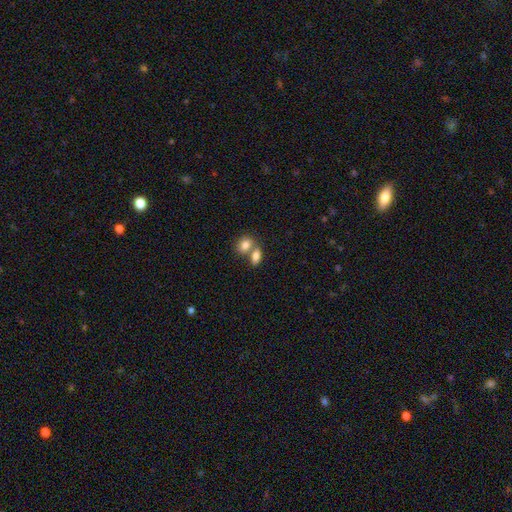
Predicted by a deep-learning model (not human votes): A smooth galaxy with no disk features (82%) that is in between round and cigar-shaped (82%).

Vote fractions:
- Smooth or featured? smooth: 82% / featured or disk: 10% / star or artifact: 8%
- How rounded? in between: 82% / round: 16% / cigar-shaped: 3%
- Merging? merger: 56% / none: 33% / minor disturbance: 7% / major disturbance: 3%